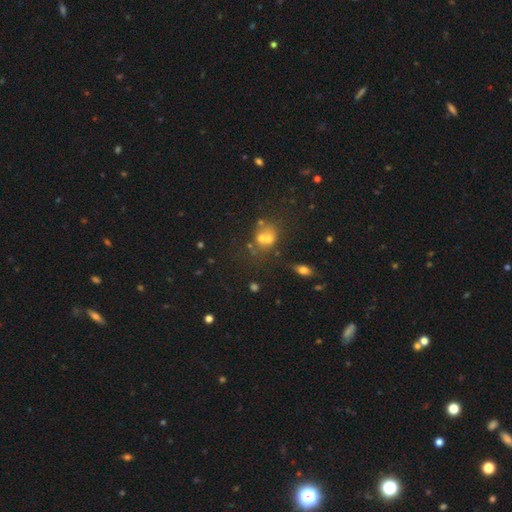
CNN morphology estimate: smooth_or_featured: smooth (p=0.46) [alt: star or artifact p=0.43]
merging: none (p=0.76) [alt: minor disturbance p=0.11]